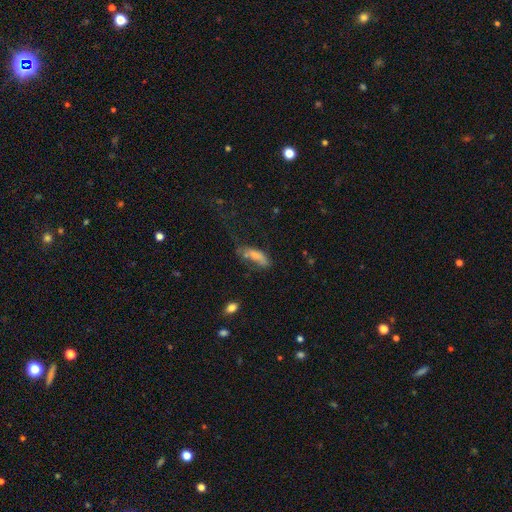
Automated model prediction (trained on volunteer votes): Overall: smooth (70%). How rounded: in between (57%; cigar-shaped 40%). Merging: none (35%; minor disturbance 28%).